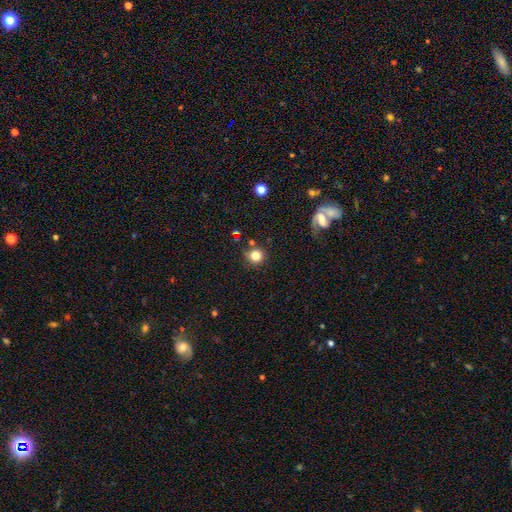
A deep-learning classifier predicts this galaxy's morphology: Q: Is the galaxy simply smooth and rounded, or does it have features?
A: smooth — 80%.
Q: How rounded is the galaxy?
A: round — 89%.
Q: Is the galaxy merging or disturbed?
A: none — 78%.